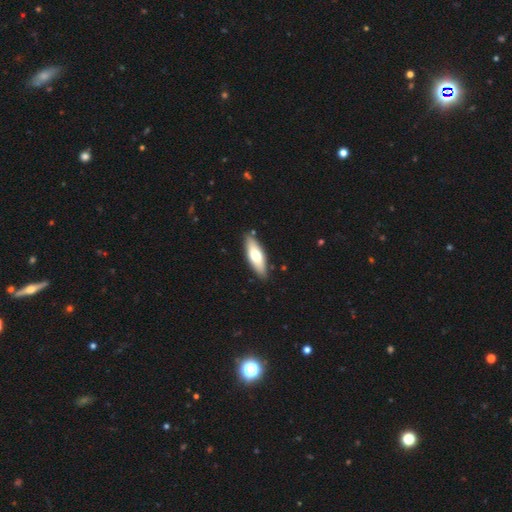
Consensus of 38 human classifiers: Smooth or featured: smooth — 66% (featured or disk — 24%)
How rounded: cigar-shaped — 64% (in between — 36%)
Merging: none — 94% (minor disturbance — 3%)